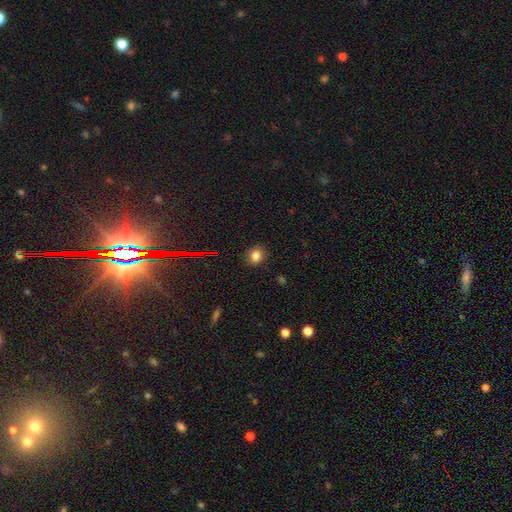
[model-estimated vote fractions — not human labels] A smooth galaxy with no disk features (80%) that is round (63%). Merging: none (86%).